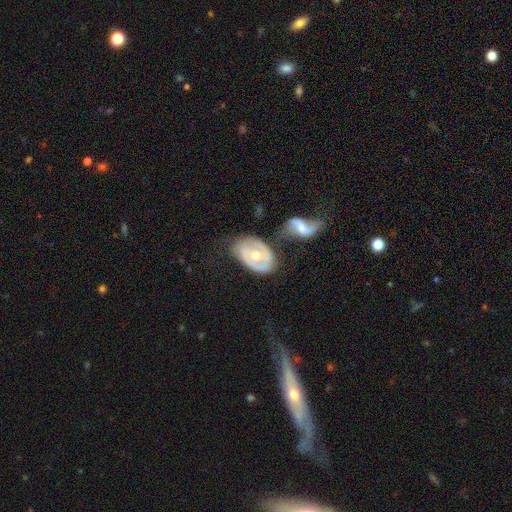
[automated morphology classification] Smooth or featured: featured or disk — 73% (smooth — 22%)
Edge-on disk: no — 95% (yes — 5%)
Bar: no — 64% (weak — 25%)
Spiral arms: yes — 65% (no — 35%)
Bulge size: moderate — 78% (small — 15%)
Merging: none — 48% (merger — 21%)